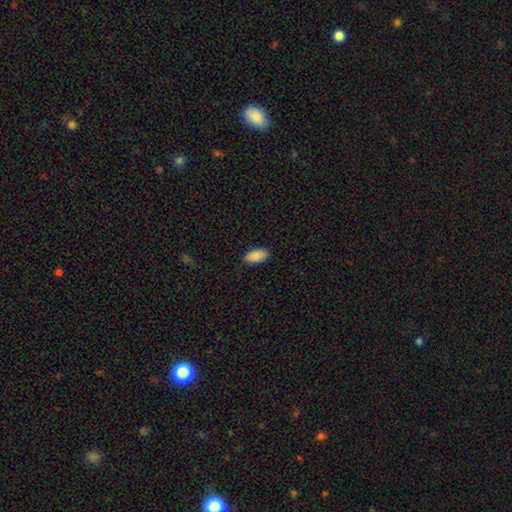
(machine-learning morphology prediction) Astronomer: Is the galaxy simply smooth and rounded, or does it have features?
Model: smooth — 90%.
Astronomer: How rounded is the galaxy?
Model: in between — 93%.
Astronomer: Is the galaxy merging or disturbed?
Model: none — 87%.